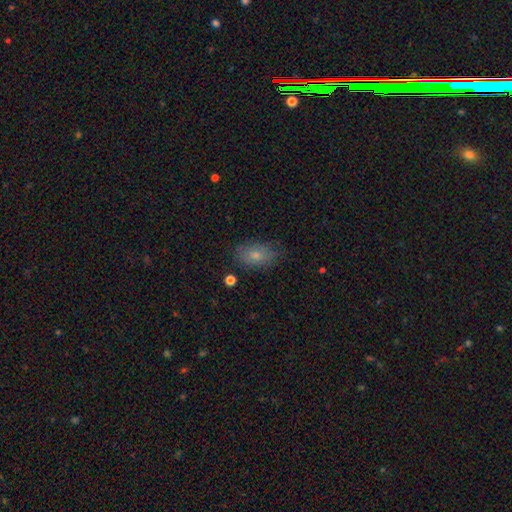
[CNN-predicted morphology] Smooth or featured? smooth (72%)
How rounded? in between (87%)
Merging? none (76%)